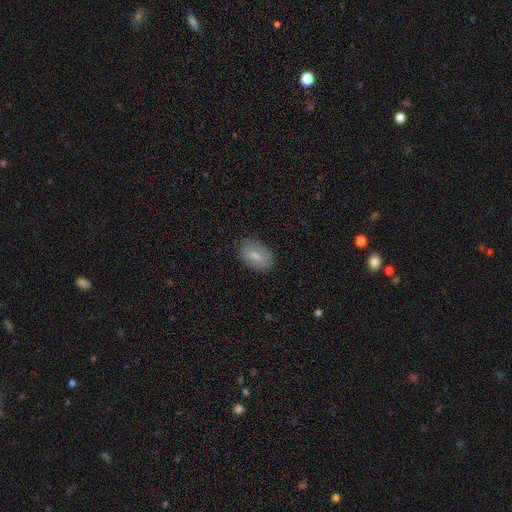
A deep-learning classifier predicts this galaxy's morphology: Smooth or featured?
  - smooth: 73% *
  - featured or disk: 19%
  - star or artifact: 8%
How rounded?
  - in between: 87% *
  - round: 11%
  - cigar-shaped: 2%
Merging?
  - none: 83% *
  - minor disturbance: 13%
  - major disturbance: 3%
  - merger: 1%